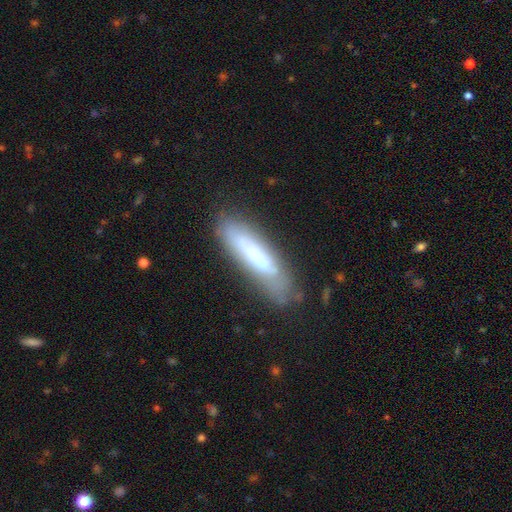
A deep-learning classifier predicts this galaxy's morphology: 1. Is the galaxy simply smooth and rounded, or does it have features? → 50% smooth, 43% featured or disk, 7% star or artifact.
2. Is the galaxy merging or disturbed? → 68% none, 20% minor disturbance, 8% major disturbance, 3% merger.